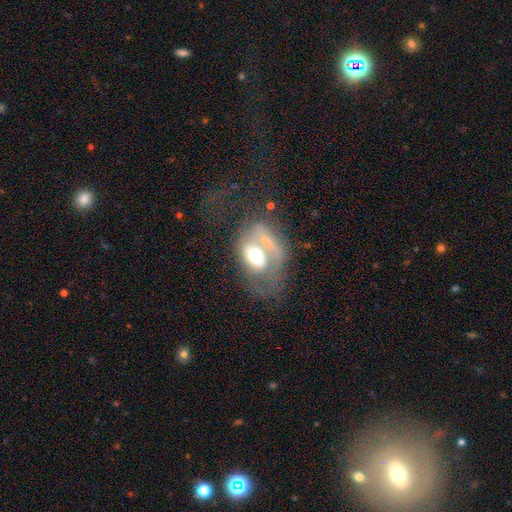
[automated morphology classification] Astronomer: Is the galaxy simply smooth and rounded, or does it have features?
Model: featured or disk — 46% (runner-up: smooth, 45%).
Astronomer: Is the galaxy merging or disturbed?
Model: merger — 36% (runner-up: major disturbance, 33%).